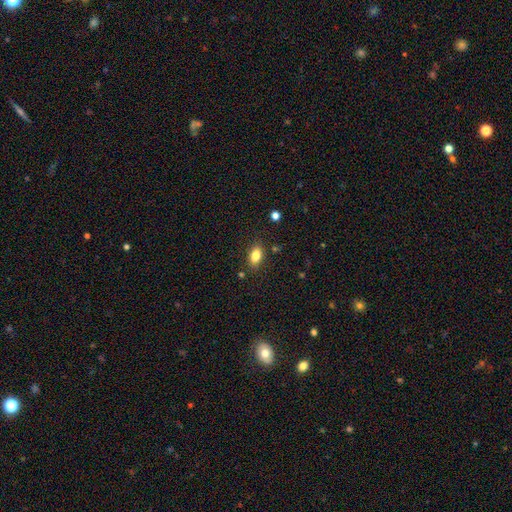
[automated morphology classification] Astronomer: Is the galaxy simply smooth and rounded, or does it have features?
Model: smooth — 82%.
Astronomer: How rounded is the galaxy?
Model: in between — 88%.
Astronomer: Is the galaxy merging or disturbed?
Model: none — 84%.